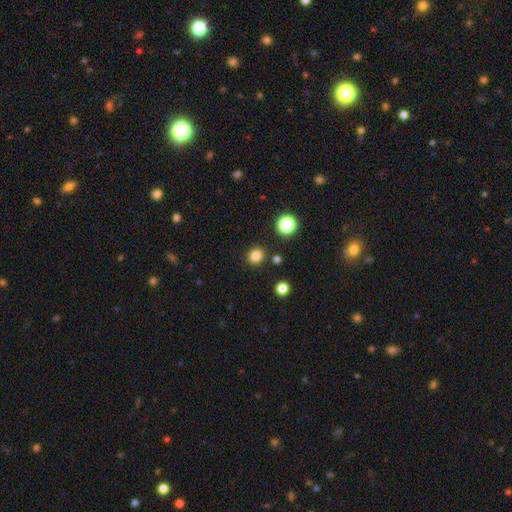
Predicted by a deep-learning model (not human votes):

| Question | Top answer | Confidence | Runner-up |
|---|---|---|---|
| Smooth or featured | smooth | 82% | star or artifact (14%) |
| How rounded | round | 80% | in between (19%) |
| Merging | none | 87% | minor disturbance (7%) |